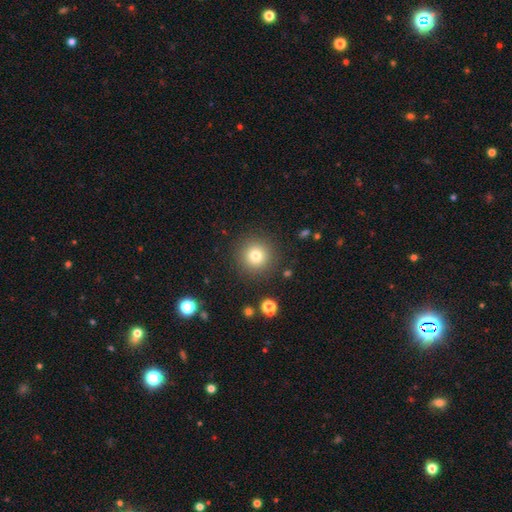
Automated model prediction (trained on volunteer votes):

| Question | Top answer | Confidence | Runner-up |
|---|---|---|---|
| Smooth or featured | smooth | 78% | star or artifact (13%) |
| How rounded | round | 95% | in between (4%) |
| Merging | none | 89% | minor disturbance (6%) |